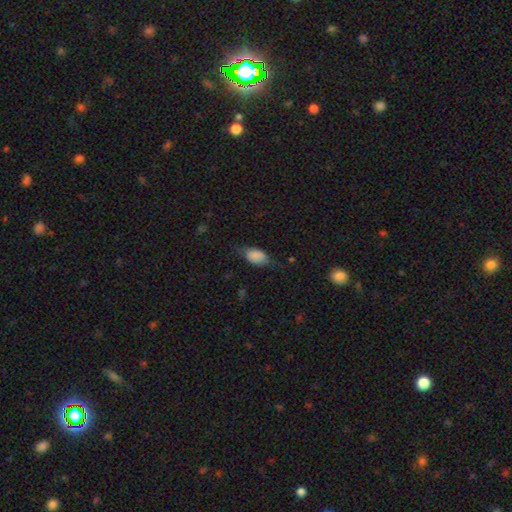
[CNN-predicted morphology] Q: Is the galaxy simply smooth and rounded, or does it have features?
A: smooth — 78%.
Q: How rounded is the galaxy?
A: in between — 89%.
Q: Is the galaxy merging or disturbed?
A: none — 54%.